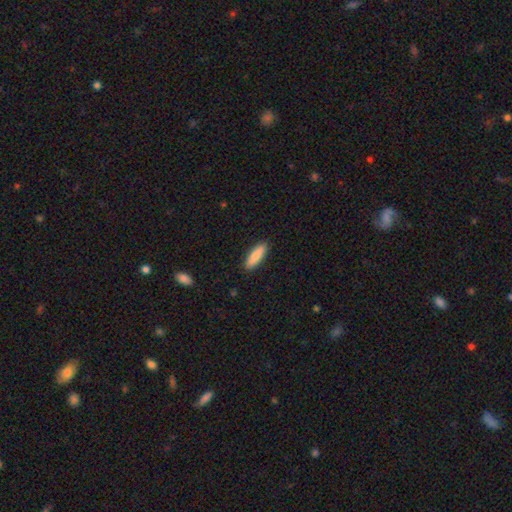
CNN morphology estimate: This is clearly a smooth galaxy (86%). How rounded: likely cigar-shaped (60%). Merging: clearly none (90%).